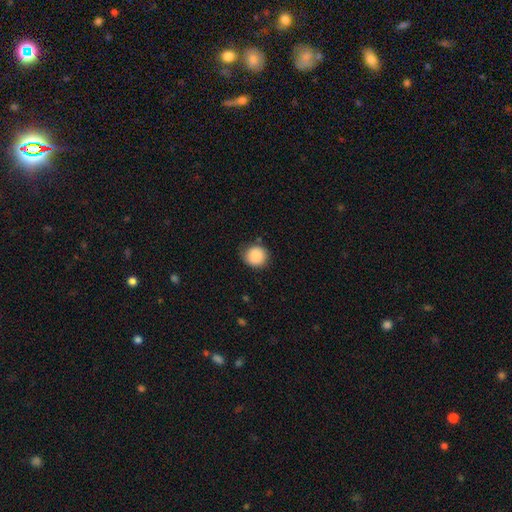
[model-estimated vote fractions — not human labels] A smooth galaxy with no disk features (87%) that is round (90%).

Vote fractions:
- Smooth or featured? smooth: 87% / star or artifact: 8% / featured or disk: 5%
- How rounded? round: 90% / in between: 10% / cigar-shaped: 1%
- Merging? none: 77% / minor disturbance: 17% / major disturbance: 4% / merger: 2%